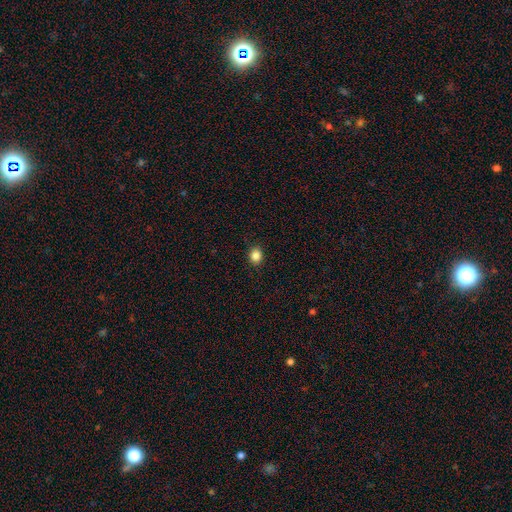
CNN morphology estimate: The model was most divided on "how rounded": round: 67%, in between: 32%, cigar-shaped: 1%. More confident: merging — none (90%); smooth or featured — smooth (85%).